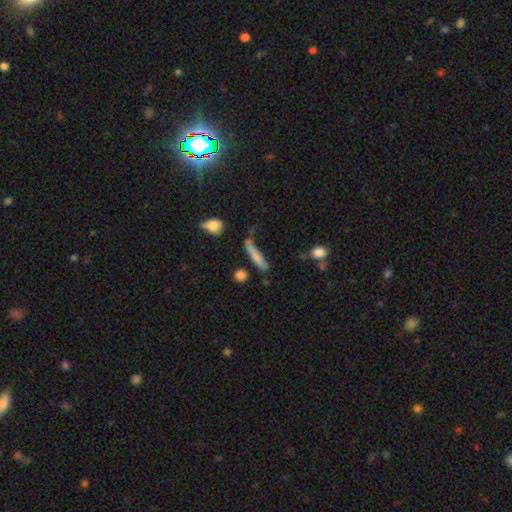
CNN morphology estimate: Q: Smooth or featured?
A: smooth (68%); runner-up: featured or disk (23%)
Q: How rounded?
A: cigar-shaped (87%); runner-up: in between (10%)
Q: Merging?
A: none (60%); runner-up: minor disturbance (23%)